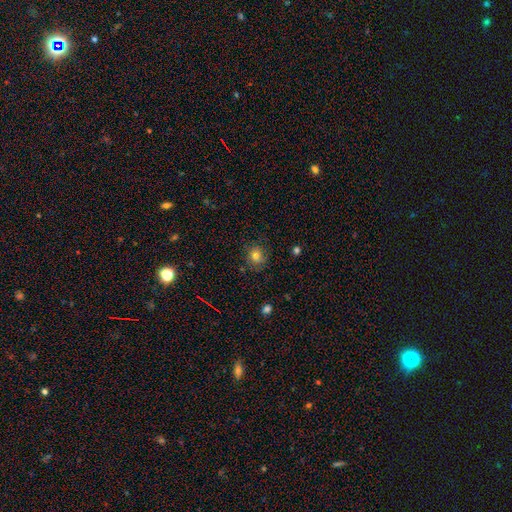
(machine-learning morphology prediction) smooth_or_featured: smooth (p=0.75) [alt: star or artifact p=0.14]
how_rounded: round (p=0.84) [alt: in between p=0.15]
merging: none (p=0.79) [alt: minor disturbance p=0.15]